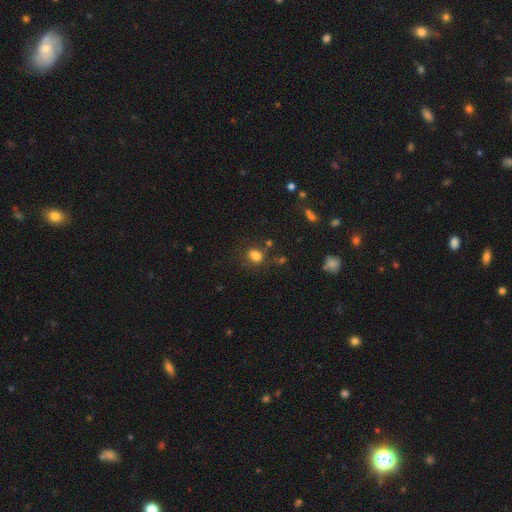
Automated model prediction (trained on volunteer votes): Overall: smooth (78%). How rounded: in between (62%; round 36%). Merging: none (66%).